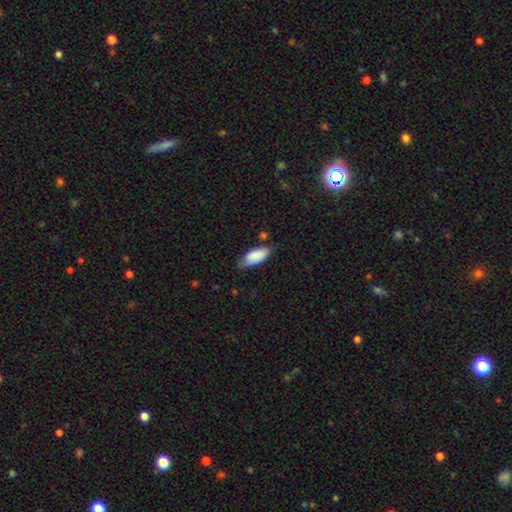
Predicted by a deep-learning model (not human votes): smooth-or-featured: smooth: 85% | featured or disk: 9% | star or artifact: 6%
  how-rounded: in between: 87% | cigar-shaped: 11% | round: 2%
  merging: none: 60% | minor disturbance: 32% | major disturbance: 6% | merger: 3%